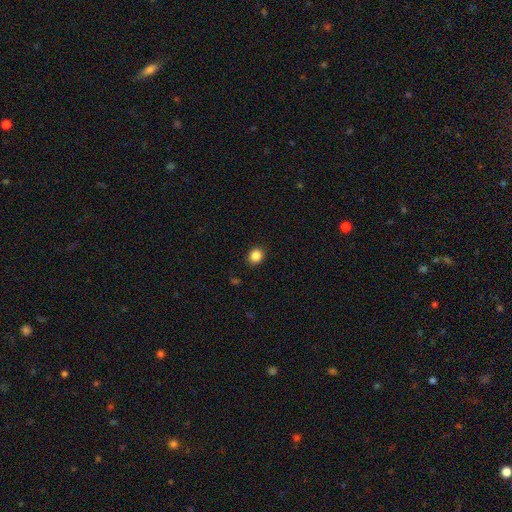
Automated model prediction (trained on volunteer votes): The model was most divided on "how rounded": round: 76%, in between: 23%, cigar-shaped: 1%. More confident: merging — none (91%); smooth or featured — smooth (86%).